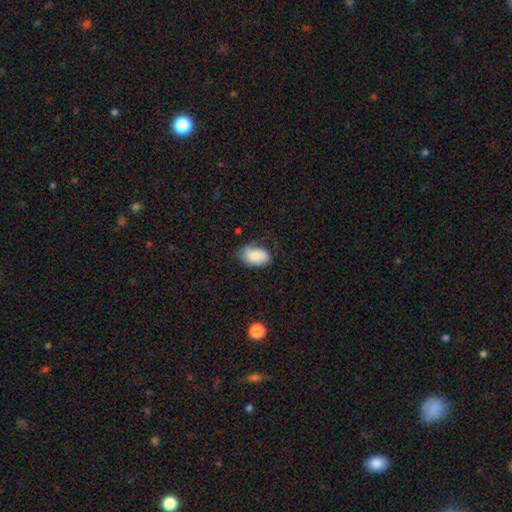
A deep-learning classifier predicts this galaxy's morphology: The model was most divided on "merging": none: 56%, minor disturbance: 31%, major disturbance: 11%, merger: 2%. More confident: how rounded — in between (92%); smooth or featured — smooth (82%).